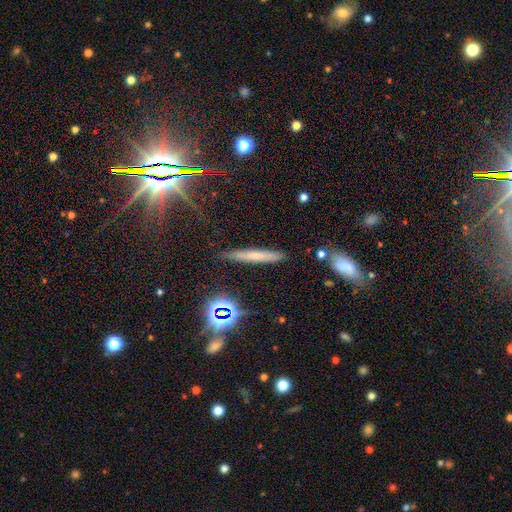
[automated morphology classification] A smooth galaxy with no disk features (58%) that is cigar-shaped (91%). Merging: none (83%).